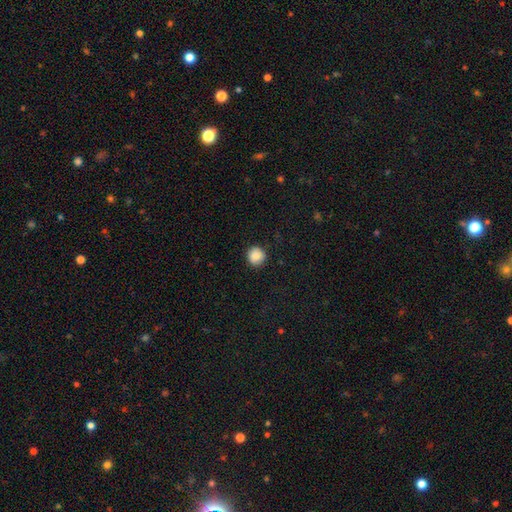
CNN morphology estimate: smooth 87%, star or artifact 9%, featured or disk 5%. Down the decision tree: how rounded — round (92%); merging — none (88%).